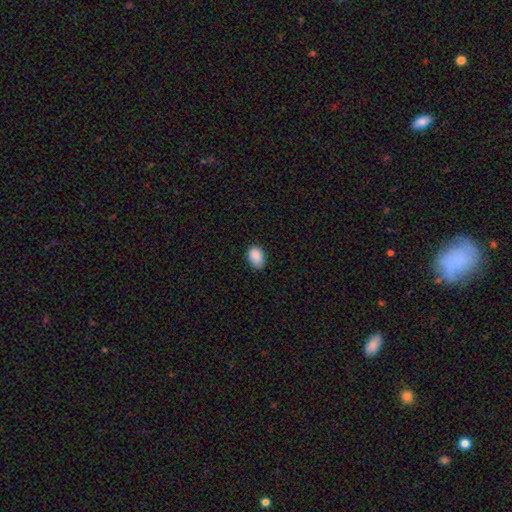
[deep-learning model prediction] smooth_or_featured: smooth (p=0.88) [alt: star or artifact p=0.08]
how_rounded: in between (p=0.83) [alt: round p=0.16]
merging: none (p=0.73) [alt: minor disturbance p=0.22]